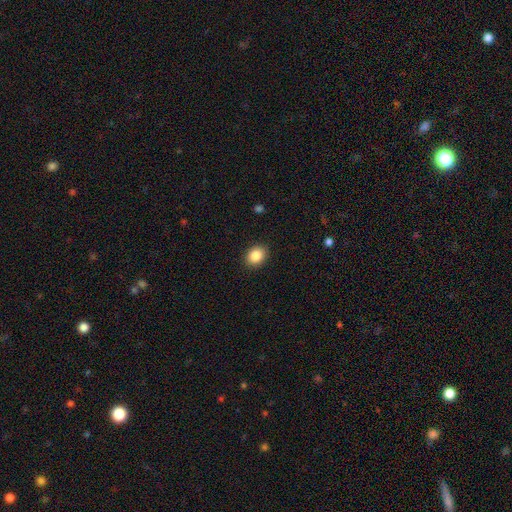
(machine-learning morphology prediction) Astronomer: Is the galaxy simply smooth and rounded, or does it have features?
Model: smooth — 86%.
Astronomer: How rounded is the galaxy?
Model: in between — 54% (runner-up: round, 46%).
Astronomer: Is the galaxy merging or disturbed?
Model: none — 90%.